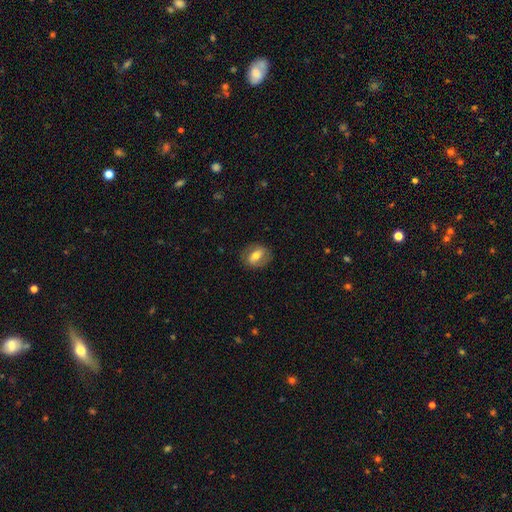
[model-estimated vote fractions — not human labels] This appears to be a smooth galaxy with no disk features (49%). Merging: none (80%).